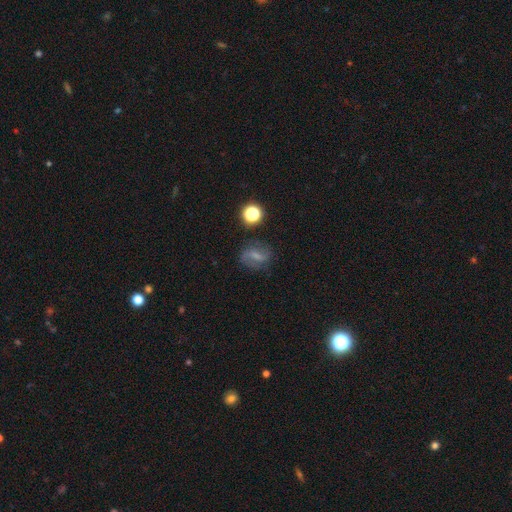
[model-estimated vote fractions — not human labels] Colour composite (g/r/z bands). It shows a featured or disk galaxy (53%) with a weak bar (46%), spiral arms (81%) and a small central bulge (49%). Merging: none (73%).